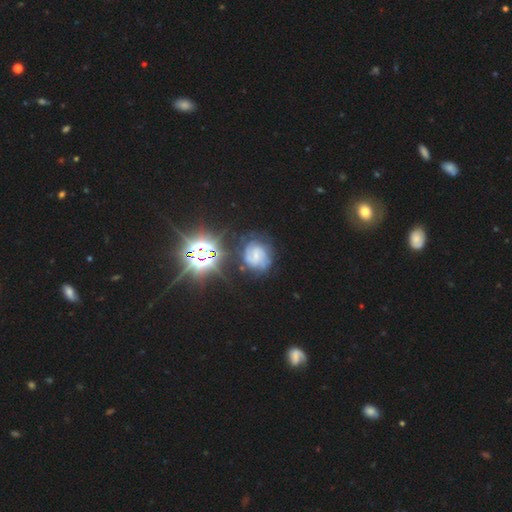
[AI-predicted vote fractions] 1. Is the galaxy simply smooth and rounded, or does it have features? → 64% featured or disk, 20% smooth, 17% star or artifact.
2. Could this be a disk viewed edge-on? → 98% no, 2% yes.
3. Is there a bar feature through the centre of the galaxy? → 44% weak (tied), 44% no (tied), 13% strong.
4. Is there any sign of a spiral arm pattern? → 89% yes, 11% no.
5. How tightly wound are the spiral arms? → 45% tight, 40% medium, 14% loose.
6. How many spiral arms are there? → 45% 2, 30% can't tell, 13% 3, 4% 1, 4% 4, 3% more than 4.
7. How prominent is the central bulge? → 51% small, 25% none, 19% moderate, 3% large, 1% dominant.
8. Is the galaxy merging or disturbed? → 63% none, 21% minor disturbance, 13% major disturbance, 4% merger.